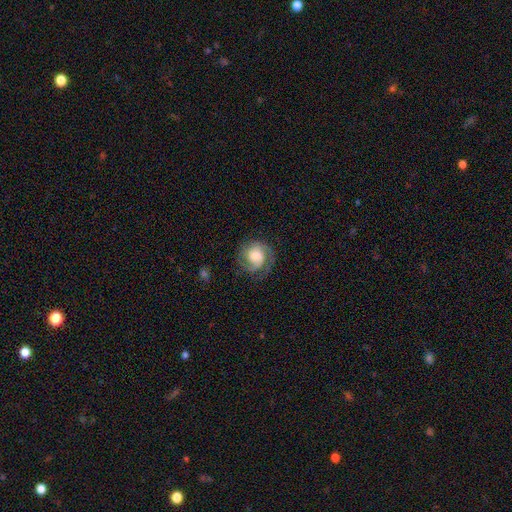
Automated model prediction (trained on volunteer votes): This is likely a featured or disk galaxy (75%). It is clearly not viewed edge-on (98%). Bar: likely no (61%). Spiral arm pattern: clearly yes (95%). Spiral arm count: possibly 2 (60%). Spiral winding: marginally tight (43%, tied with medium). Central bulge: marginally moderate (41%). Merging: likely none (72%).